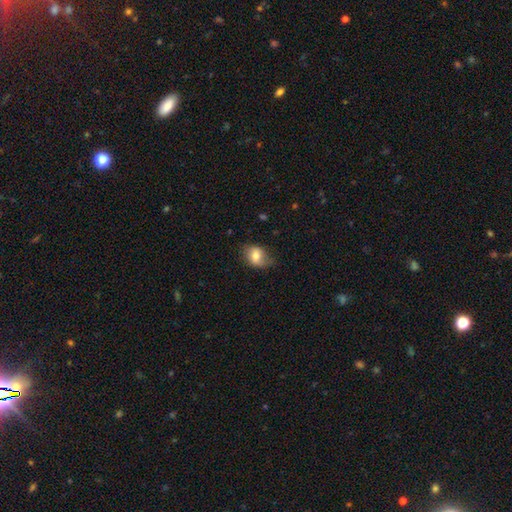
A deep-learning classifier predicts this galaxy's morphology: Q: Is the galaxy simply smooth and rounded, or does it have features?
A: smooth — 73%.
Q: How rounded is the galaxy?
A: in between — 66%.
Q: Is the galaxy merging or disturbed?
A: none — 61%.